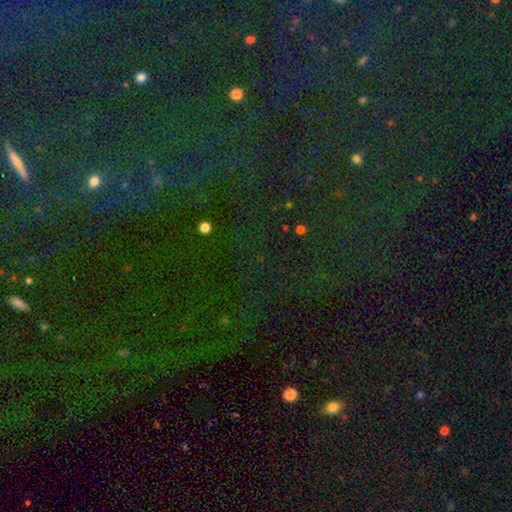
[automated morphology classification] Overall: star or artifact (79%).